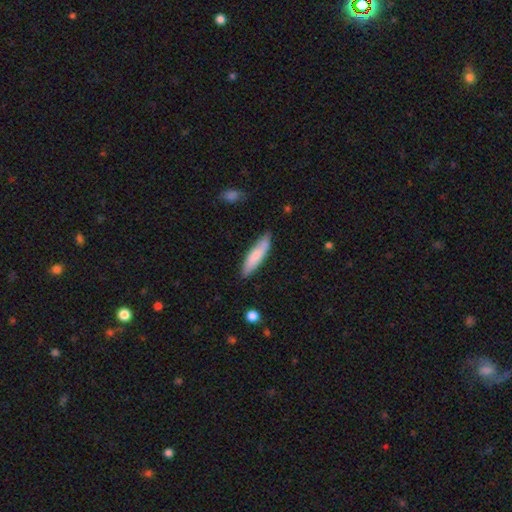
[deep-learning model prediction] smooth 78%, featured or disk 17%, star or artifact 5%. Down the decision tree: how rounded — cigar-shaped (72%); merging — none (81%).